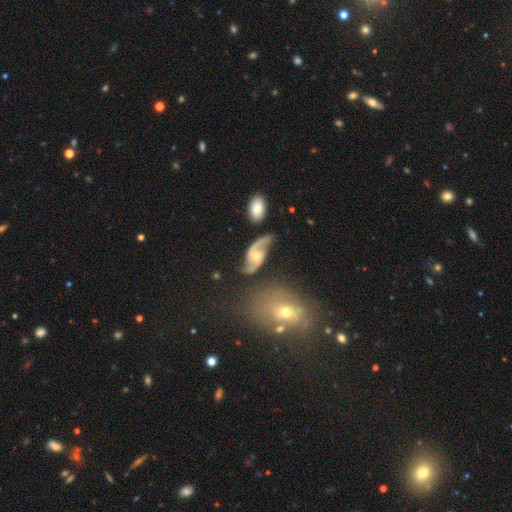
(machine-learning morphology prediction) type=featured or disk (84%); edge-on=no (96%); bar=no (62%); spiral arms=yes (95%); winding=loose (48%); arm count=2 (87%); bulge=moderate (52%); merging=none (56%).